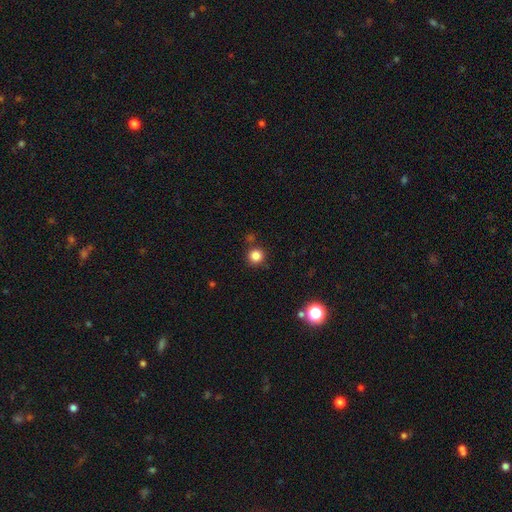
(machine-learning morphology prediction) Q: Smooth or featured?
A: smooth (84%); runner-up: star or artifact (12%)
Q: How rounded?
A: round (95%); runner-up: in between (4%)
Q: Merging?
A: none (85%); runner-up: minor disturbance (7%)